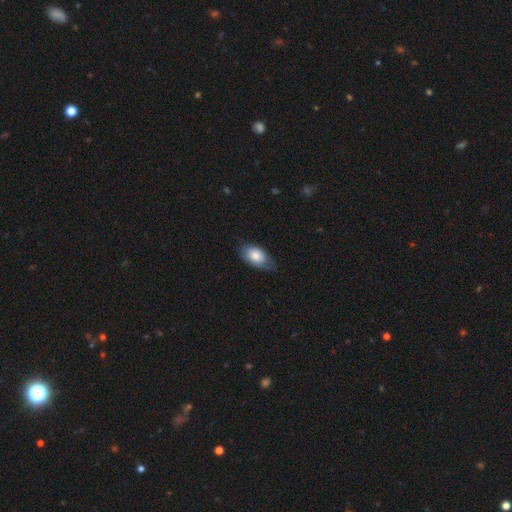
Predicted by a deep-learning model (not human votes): The model was most divided on "merging": none: 58%, minor disturbance: 33%, major disturbance: 8%, merger: 1%. More confident: how rounded — in between (91%); smooth or featured — smooth (76%).